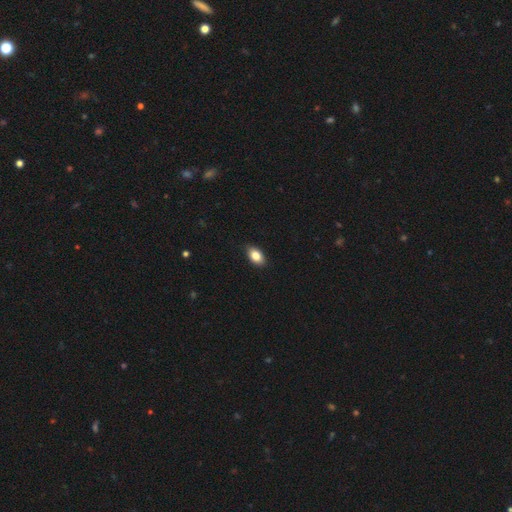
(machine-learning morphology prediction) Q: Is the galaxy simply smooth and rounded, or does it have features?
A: smooth — 84%.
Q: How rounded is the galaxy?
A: in between — 89%.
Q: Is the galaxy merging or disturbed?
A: none — 87%.